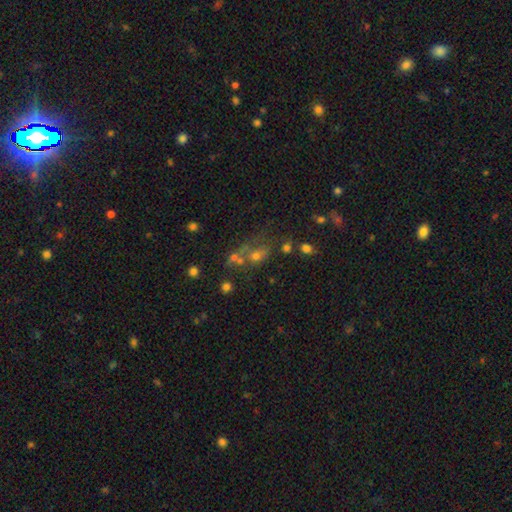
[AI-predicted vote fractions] Overall: smooth (41%; star or artifact 37%). Merging: none (45%; merger 32%).